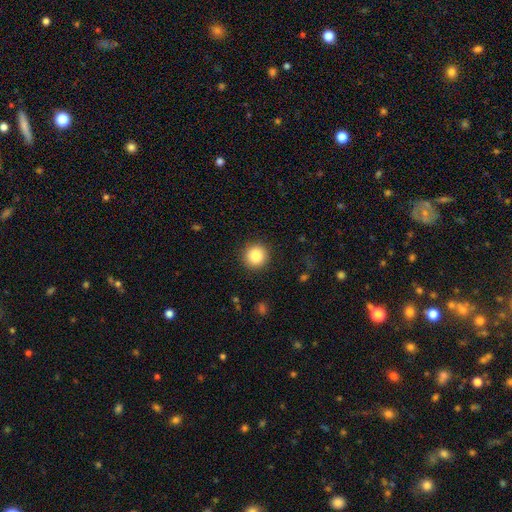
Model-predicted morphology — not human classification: This is clearly a smooth galaxy (87%). How rounded: clearly round (94%). Merging: clearly none (91%).